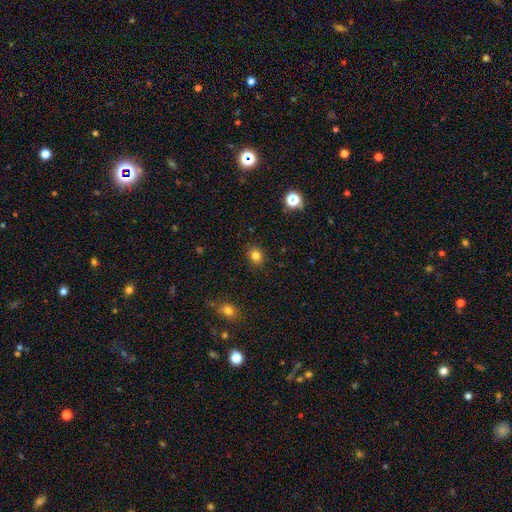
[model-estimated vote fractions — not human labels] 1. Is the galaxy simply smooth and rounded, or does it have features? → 82% smooth, 12% star or artifact, 5% featured or disk.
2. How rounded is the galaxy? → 57% round, 42% in between, 1% cigar-shaped.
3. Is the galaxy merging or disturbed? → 89% none, 8% minor disturbance, 2% major disturbance, 1% merger.